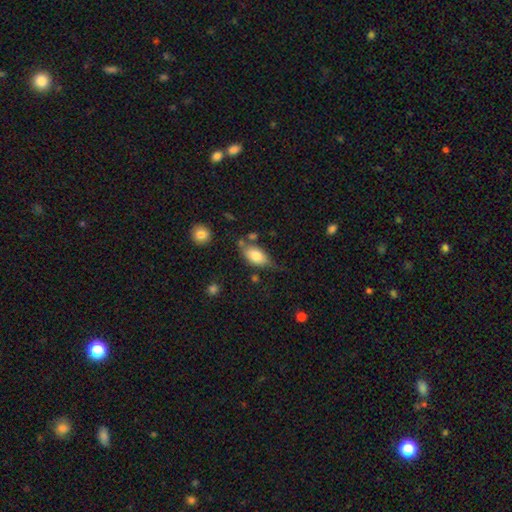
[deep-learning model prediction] Overall: smooth (77%). How rounded: in between (90%). Merging: none (56%; minor disturbance 27%).